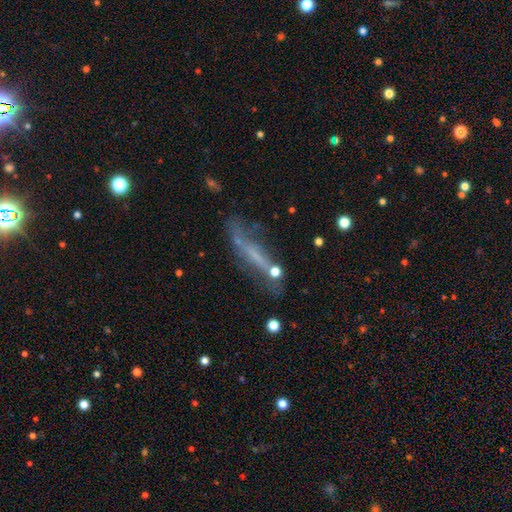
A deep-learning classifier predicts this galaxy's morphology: featured or disk 49%, smooth 37%, star or artifact 14%. Down the decision tree: merging — none (43%).